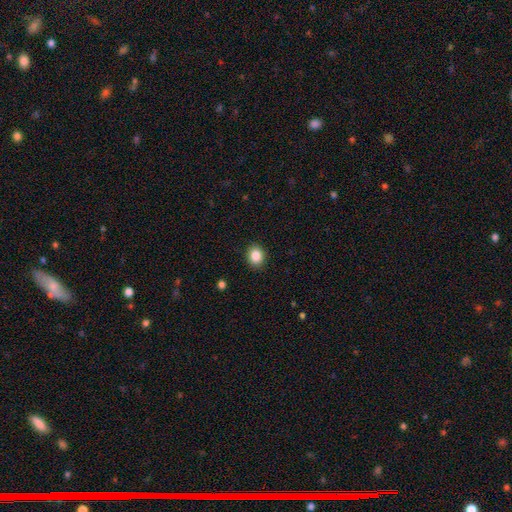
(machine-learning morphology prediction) smooth_or_featured: smooth (p=0.86) [alt: star or artifact p=0.09]
how_rounded: round (p=0.64) [alt: in between p=0.35]
merging: none (p=0.91) [alt: minor disturbance p=0.07]